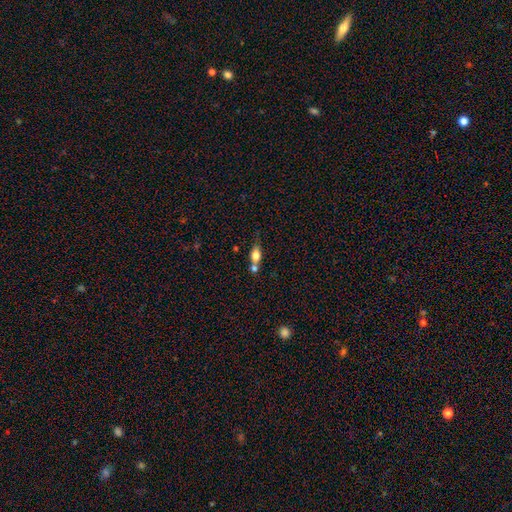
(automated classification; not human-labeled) smooth-or-featured: smooth: 75% | featured or disk: 16% | star or artifact: 9%
  how-rounded: in between: 72% | round: 17% | cigar-shaped: 11%
  merging: merger: 42% | none: 37% | minor disturbance: 14% | major disturbance: 6%